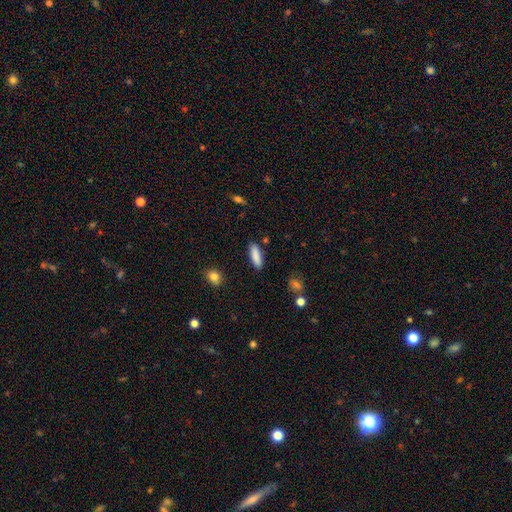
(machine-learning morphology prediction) smooth 87%, star or artifact 7%, featured or disk 6%. Down the decision tree: how rounded — cigar-shaped (53%); merging — none (87%).